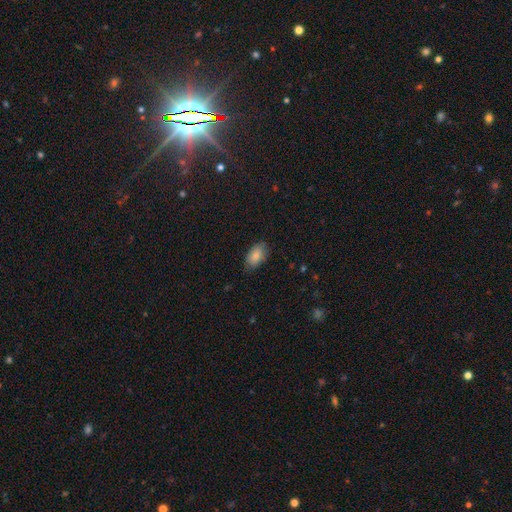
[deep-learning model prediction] Overall: smooth (86%). How rounded: in between (93%). Merging: none (76%).